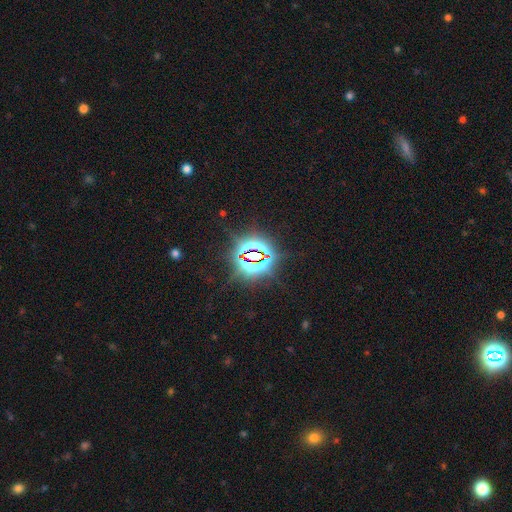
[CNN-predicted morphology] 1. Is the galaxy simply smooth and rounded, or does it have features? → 83% star or artifact, 10% smooth, 7% featured or disk.